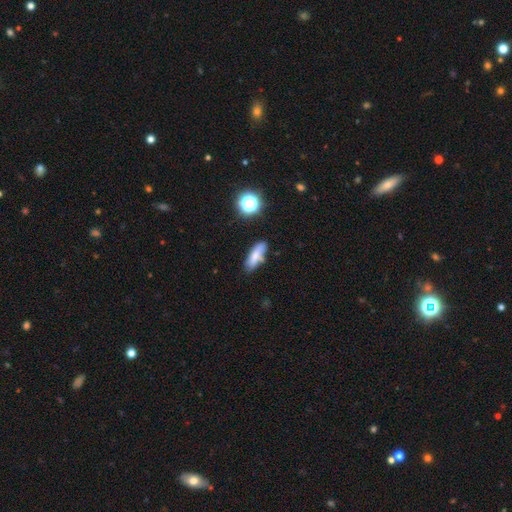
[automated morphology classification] Overall: smooth (73%). How rounded: in between (50%; cigar-shaped 45%). Merging: none (67%).